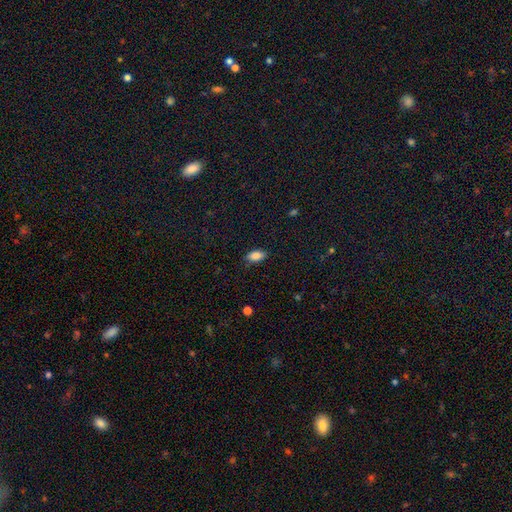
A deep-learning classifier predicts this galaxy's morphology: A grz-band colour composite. It shows a smooth galaxy with no disk features (86%) that is in between round and cigar-shaped (92%). Merging: none (85%).